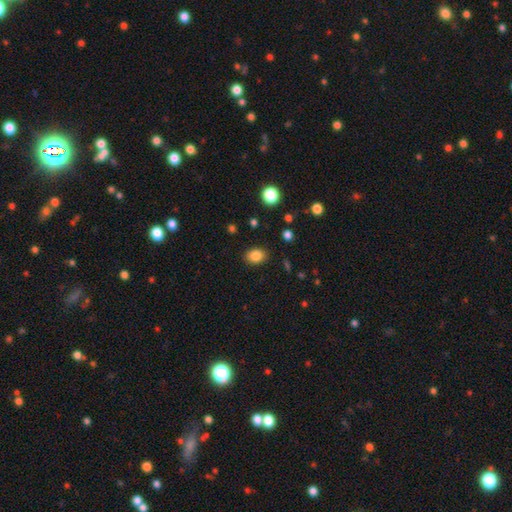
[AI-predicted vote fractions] Smooth or featured: smooth — 85% (star or artifact — 10%)
How rounded: in between — 66% (round — 33%)
Merging: none — 87% (minor disturbance — 9%)